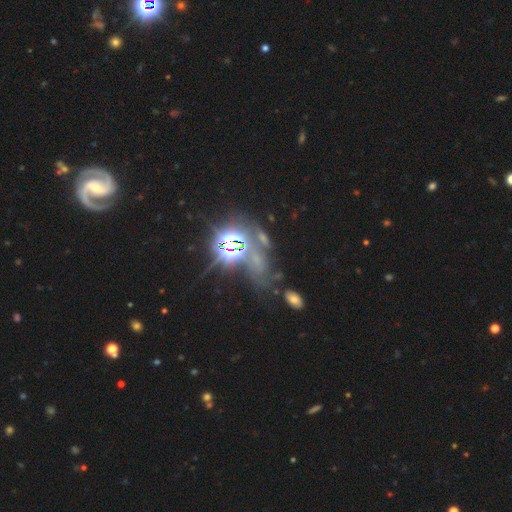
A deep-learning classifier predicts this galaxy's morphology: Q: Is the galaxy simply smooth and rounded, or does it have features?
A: star or artifact — 63%.